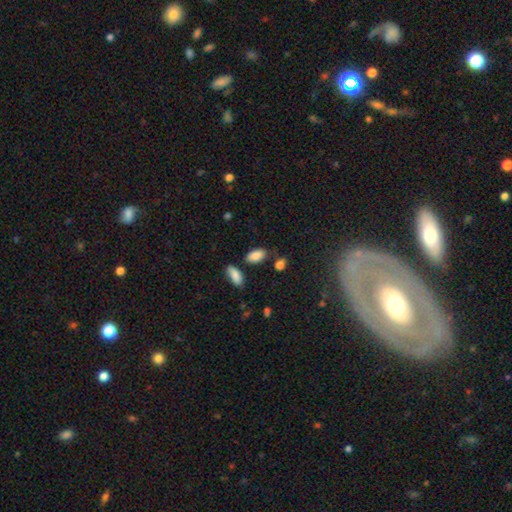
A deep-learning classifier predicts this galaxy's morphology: Smooth or featured? smooth (86%)
How rounded? in between (92%)
Merging? none (73%)